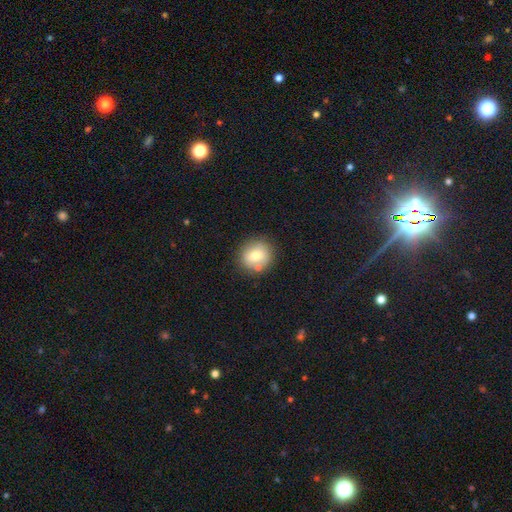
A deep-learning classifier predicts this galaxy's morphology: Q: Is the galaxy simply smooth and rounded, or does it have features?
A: smooth — 73%.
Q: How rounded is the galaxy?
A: round — 87%.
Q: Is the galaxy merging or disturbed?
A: none — 77%.